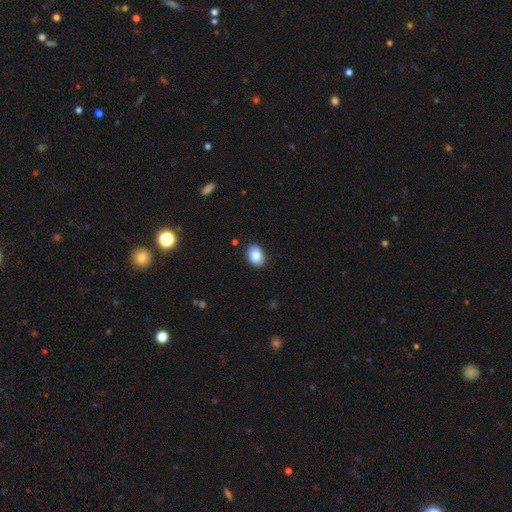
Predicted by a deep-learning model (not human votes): smooth_or_featured: smooth (p=0.86) [alt: star or artifact p=0.08]
how_rounded: in between (p=0.76) [alt: round p=0.23]
merging: none (p=0.85) [alt: minor disturbance p=0.12]